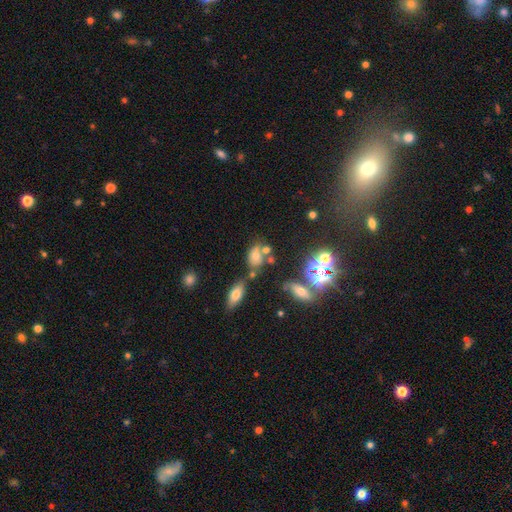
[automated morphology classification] Smooth or featured? smooth (61%)
How rounded? in between (74%)
Merging? none (45%)